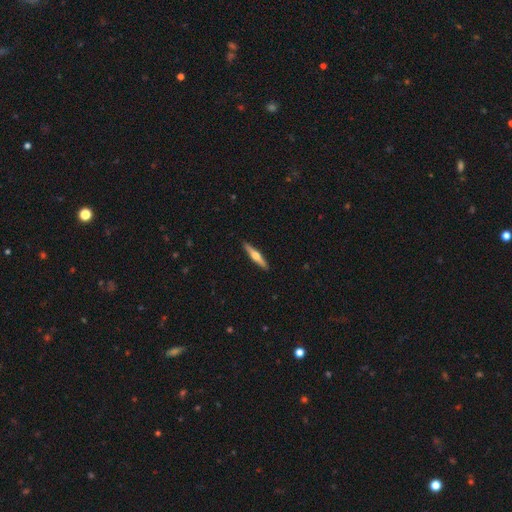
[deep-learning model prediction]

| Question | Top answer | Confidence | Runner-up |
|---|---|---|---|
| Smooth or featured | featured or disk | 63% | smooth (32%) |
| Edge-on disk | yes | 97% | no (3%) |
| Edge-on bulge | rounded | 93% | none (3%) |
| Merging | none | 92% | minor disturbance (6%) |